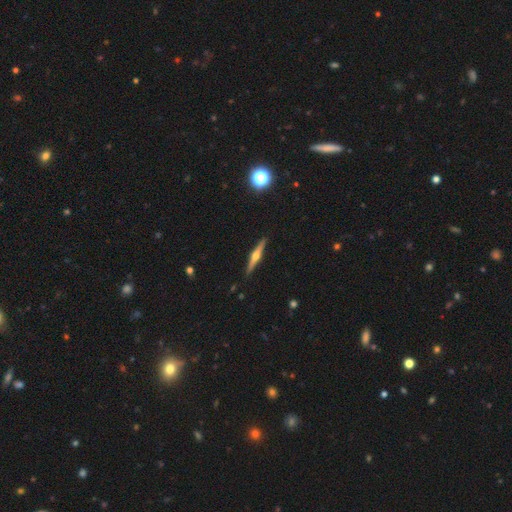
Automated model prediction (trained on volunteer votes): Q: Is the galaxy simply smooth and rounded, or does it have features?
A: featured or disk — 75%.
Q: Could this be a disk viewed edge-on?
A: yes — 98%.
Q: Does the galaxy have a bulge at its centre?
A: rounded — 93%.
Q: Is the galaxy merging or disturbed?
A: none — 91%.